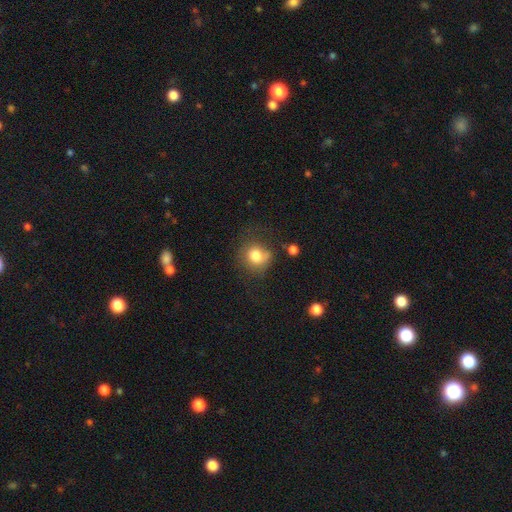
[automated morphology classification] Smooth or featured? Predicted: smooth (p=0.78). How rounded? Predicted: round (p=0.81). Merging? Predicted: none (p=0.57).